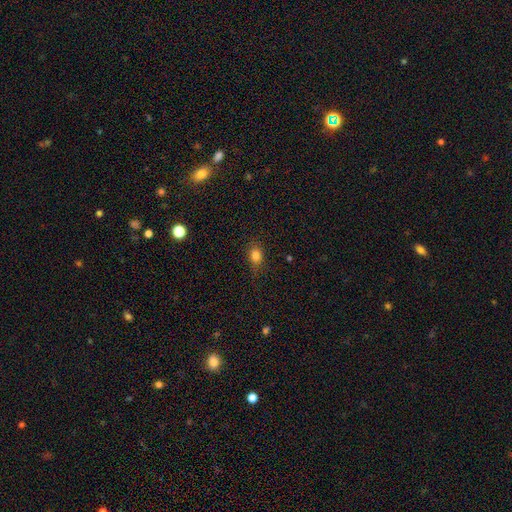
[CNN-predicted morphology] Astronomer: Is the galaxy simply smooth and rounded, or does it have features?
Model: smooth — 81%.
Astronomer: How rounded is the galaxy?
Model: in between — 57% (runner-up: round, 40%).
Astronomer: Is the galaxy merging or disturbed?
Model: none — 74%.